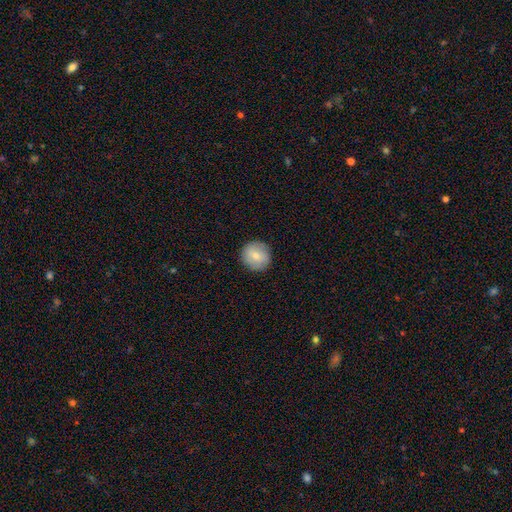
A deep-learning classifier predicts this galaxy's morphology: Q: Smooth or featured?
A: smooth (72%); runner-up: featured or disk (21%)
Q: How rounded?
A: round (95%); runner-up: in between (4%)
Q: Merging?
A: none (89%); runner-up: minor disturbance (8%)